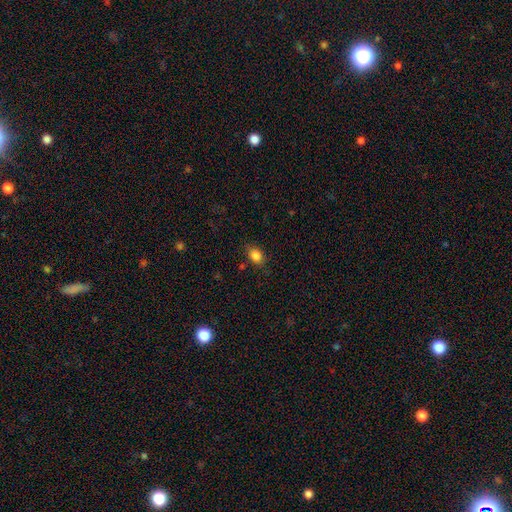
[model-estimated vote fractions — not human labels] Q: Smooth or featured?
A: smooth (84%); runner-up: star or artifact (10%)
Q: How rounded?
A: in between (68%); runner-up: round (30%)
Q: Merging?
A: none (78%); runner-up: minor disturbance (16%)